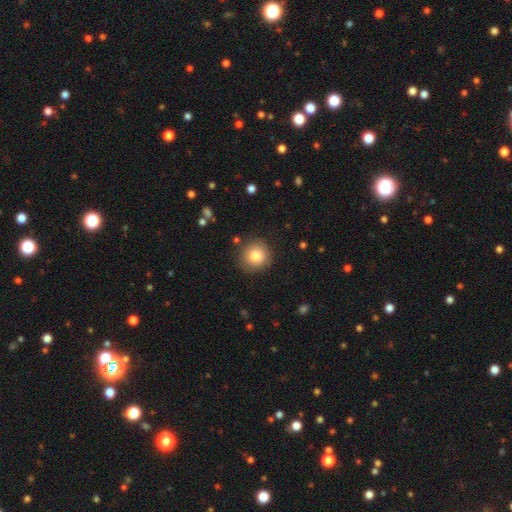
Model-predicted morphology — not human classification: The model was most divided on "smooth or featured": smooth: 83%, star or artifact: 9%, featured or disk: 8%. More confident: how rounded — round (93%); merging — none (86%).